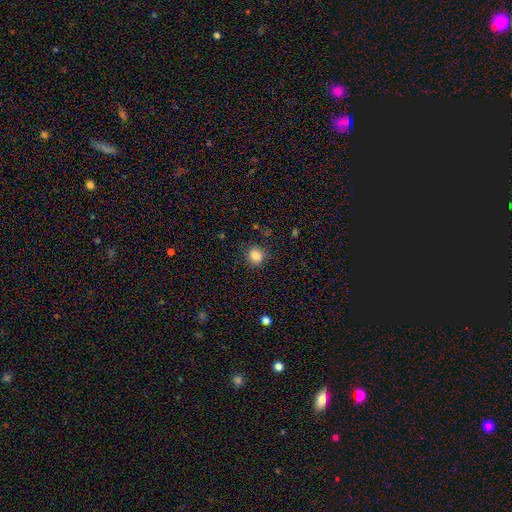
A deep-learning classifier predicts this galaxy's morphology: type=smooth (85%); roundness=round (68%); merging=none (80%).